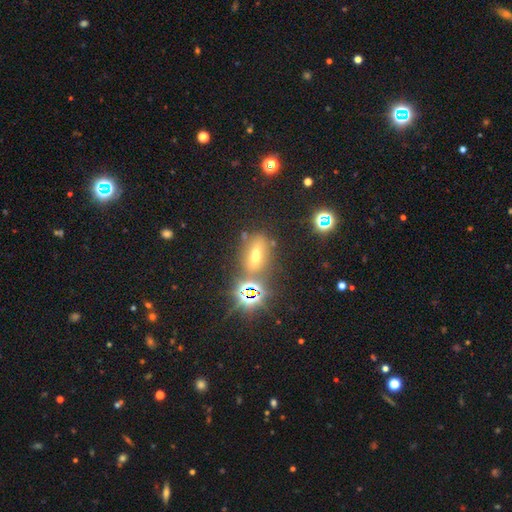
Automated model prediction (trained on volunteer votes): A star or artifact, not a galaxy (43%).

Vote fractions:
- Smooth or featured? star or artifact: 43% / smooth: 38% / featured or disk: 19%